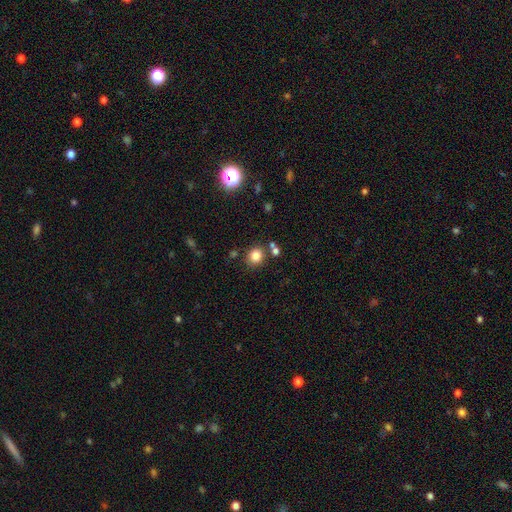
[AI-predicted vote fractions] smooth 82%, star or artifact 12%, featured or disk 6%. Down the decision tree: how rounded — round (80%); merging — none (76%).